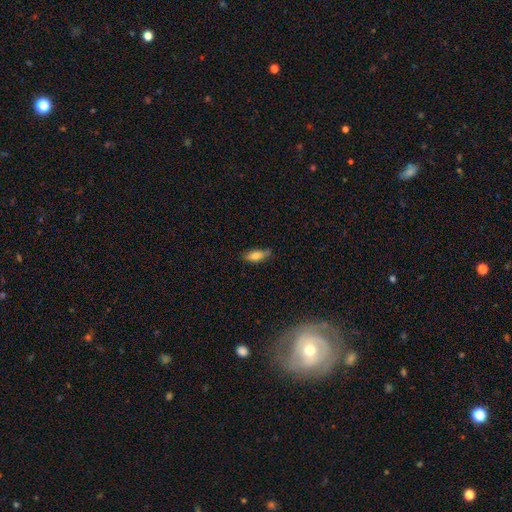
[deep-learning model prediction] Smooth or featured? Predicted: smooth (p=0.78). How rounded? Predicted: in between (p=0.72). Merging? Predicted: none (p=0.67).